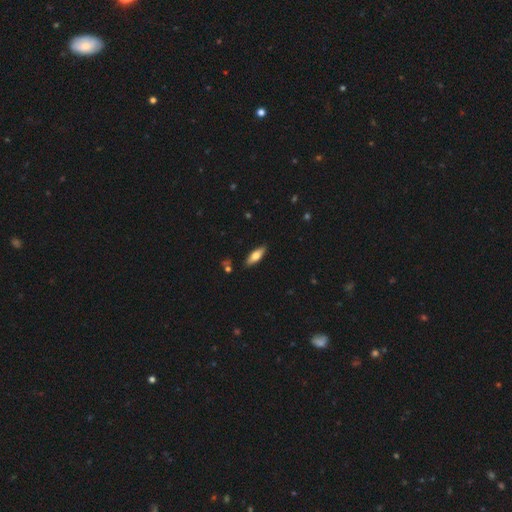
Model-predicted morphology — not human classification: smooth-or-featured: smooth: 66% | featured or disk: 28% | star or artifact: 6%
  how-rounded: in between: 60% | cigar-shaped: 38% | round: 2%
  merging: none: 87% | minor disturbance: 9% | major disturbance: 2% | merger: 2%